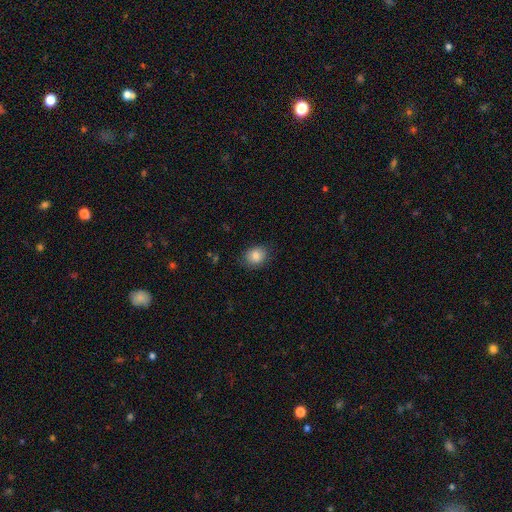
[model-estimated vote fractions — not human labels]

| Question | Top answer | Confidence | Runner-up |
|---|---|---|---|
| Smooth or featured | smooth | 84% | star or artifact (9%) |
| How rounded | round | 53% | in between (46%) |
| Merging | none | 82% | minor disturbance (14%) |